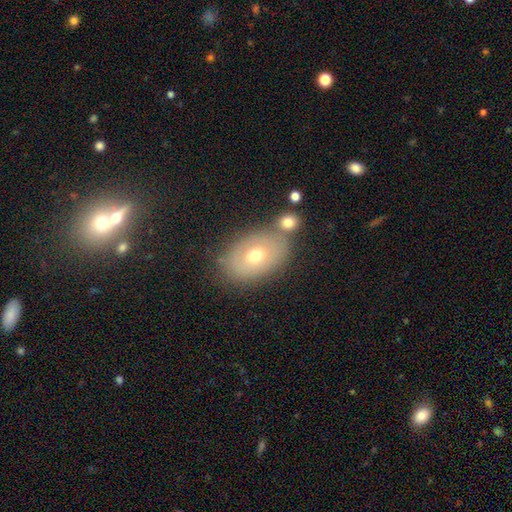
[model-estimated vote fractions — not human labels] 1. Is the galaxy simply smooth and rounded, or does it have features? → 58% smooth, 31% featured or disk, 11% star or artifact.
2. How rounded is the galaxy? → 82% in between, 17% round, 1% cigar-shaped.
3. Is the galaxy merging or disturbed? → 64% none, 16% merger, 15% minor disturbance, 5% major disturbance.